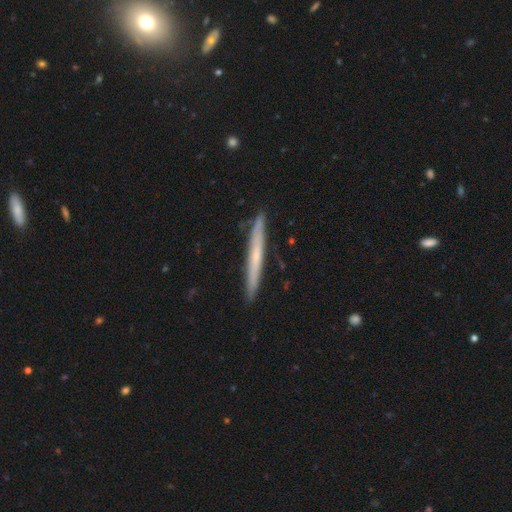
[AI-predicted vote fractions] smooth_or_featured: featured or disk (p=0.50) [alt: smooth p=0.44]
merging: none (p=0.90) [alt: minor disturbance p=0.07]